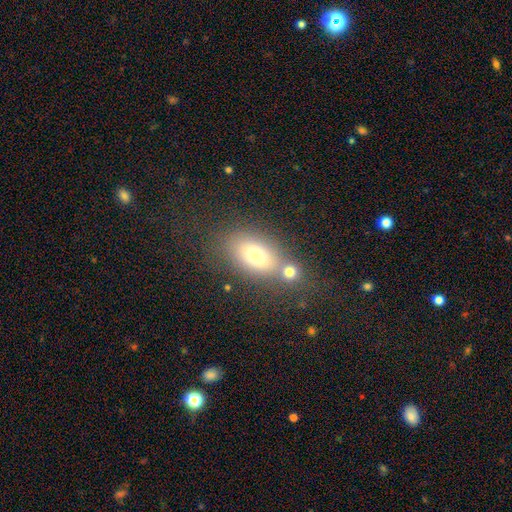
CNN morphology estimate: type=smooth (72%); roundness=in between (84%); merging=none (56%).